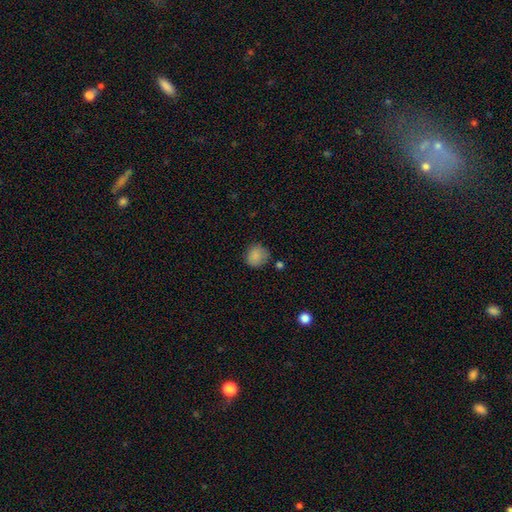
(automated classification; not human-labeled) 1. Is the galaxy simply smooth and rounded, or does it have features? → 86% smooth, 9% star or artifact, 5% featured or disk.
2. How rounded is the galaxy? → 84% round, 15% in between, 1% cigar-shaped.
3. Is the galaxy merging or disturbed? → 73% none, 19% minor disturbance, 4% major disturbance, 4% merger.